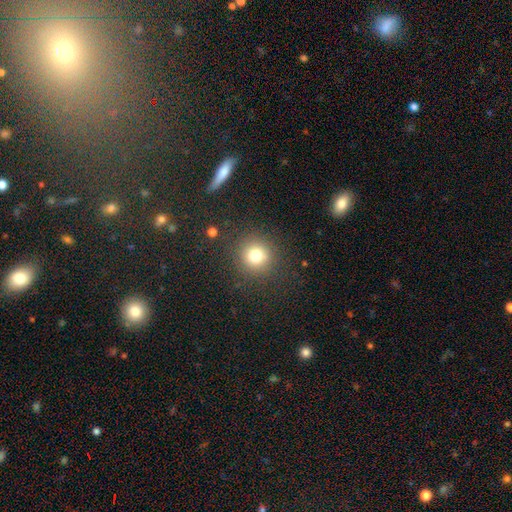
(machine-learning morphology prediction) This appears to be a smooth galaxy with no disk features (76%) that is round (93%). Merging: none (88%).